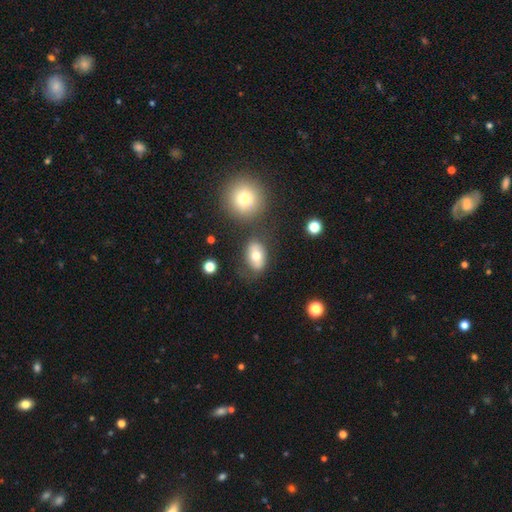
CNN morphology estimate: A smooth galaxy with no disk features (67%) that is in between round and cigar-shaped (79%). Merging: none (68%).